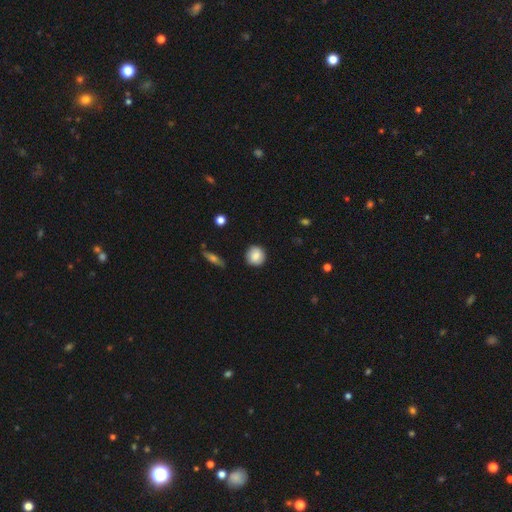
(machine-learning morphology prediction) A smooth galaxy with no disk features (84%) that is round (90%). Merging: none (88%).